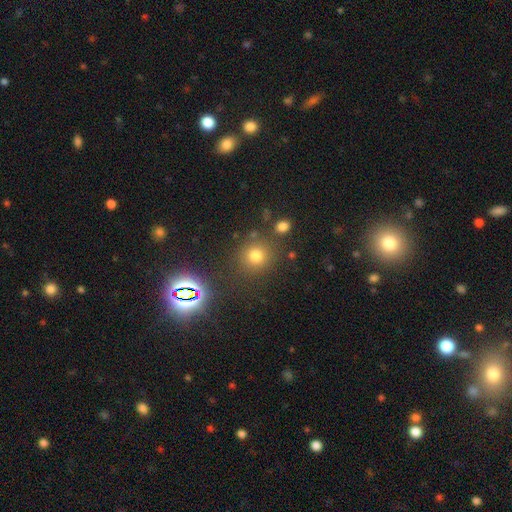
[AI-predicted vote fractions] Smooth or featured: smooth — 70% (star or artifact — 22%)
How rounded: round — 90% (in between — 8%)
Merging: none — 81% (minor disturbance — 9%)